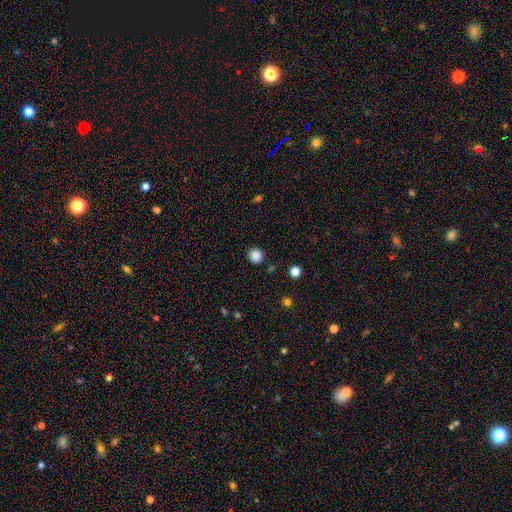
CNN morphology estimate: Smooth or featured? smooth (86%)
How rounded? round (94%)
Merging? none (90%)